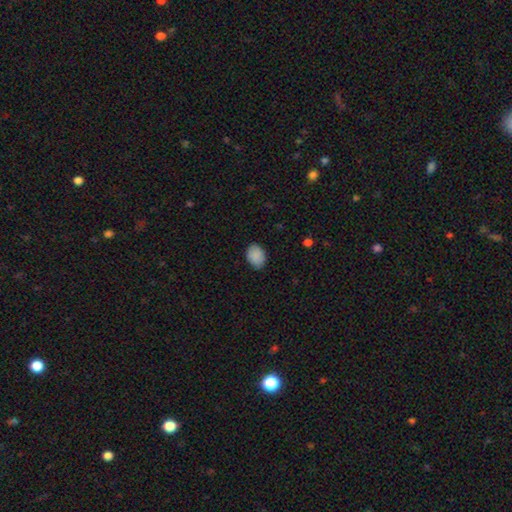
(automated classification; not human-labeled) Smooth or featured? smooth (89%)
How rounded? in between (75%)
Merging? none (82%)